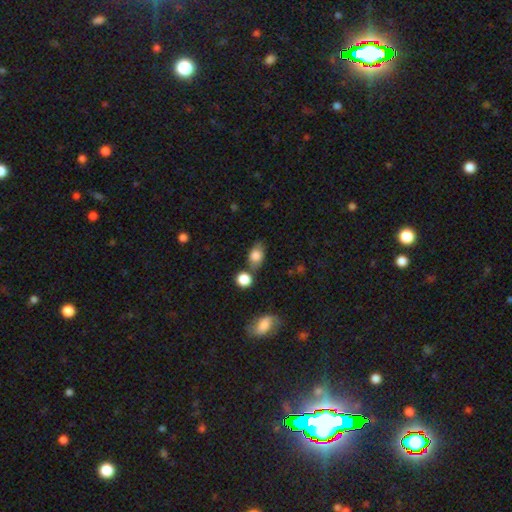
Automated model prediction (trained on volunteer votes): This is likely a smooth galaxy (79%). How rounded: clearly in between (80%). Merging: likely none (61%).